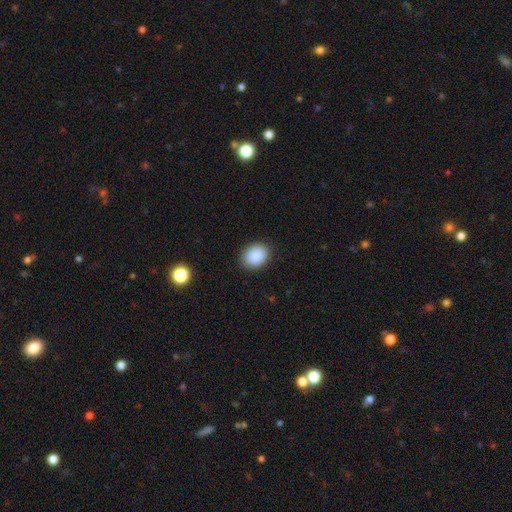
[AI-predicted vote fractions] smooth-or-featured: smooth: 89% | star or artifact: 8% | featured or disk: 3%
  how-rounded: in between: 56% | round: 44% | cigar-shaped: 1%
  merging: none: 88% | minor disturbance: 8% | major disturbance: 2% | merger: 1%